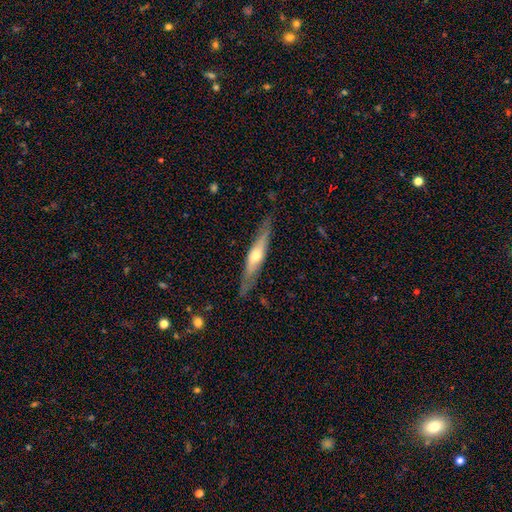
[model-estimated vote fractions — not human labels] Q: Smooth or featured?
A: featured or disk (57%); runner-up: smooth (38%)
Q: Edge-on disk?
A: yes (83%); runner-up: no (17%)
Q: Merging?
A: none (81%); runner-up: minor disturbance (14%)